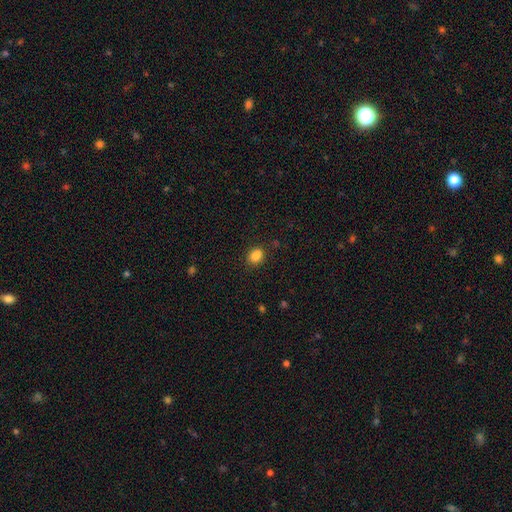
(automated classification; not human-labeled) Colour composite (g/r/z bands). It shows a smooth galaxy with no disk features (85%) that is in between round and cigar-shaped (53%). Merging: none (78%).